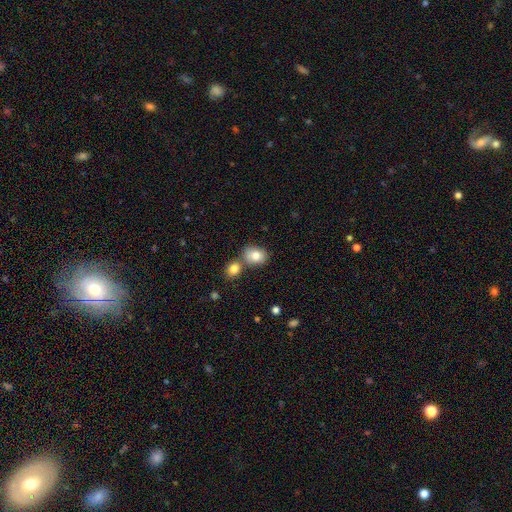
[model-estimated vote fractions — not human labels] smooth_or_featured: smooth (p=0.81) [alt: featured or disk p=0.10]
how_rounded: round (p=0.50) [alt: in between p=0.49]
merging: none (p=0.54) [alt: merger p=0.32]